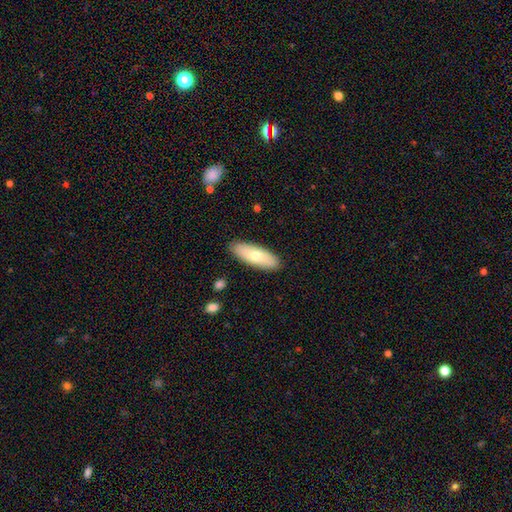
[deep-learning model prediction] Morphology: type=smooth (68%); roundness=in between (63%); merging=none (89%).